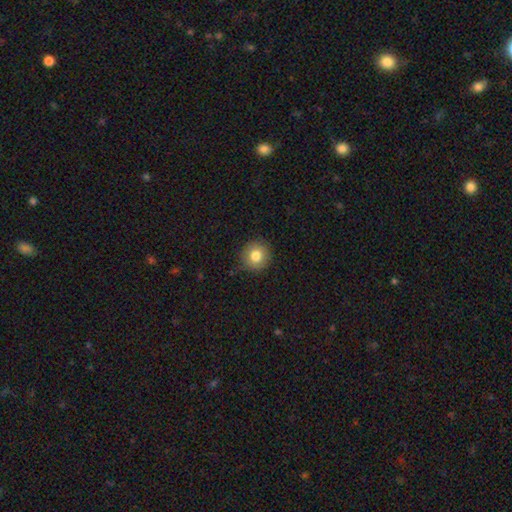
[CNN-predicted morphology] This is clearly a smooth galaxy (81%). How rounded: clearly round (93%). Merging: clearly none (86%).